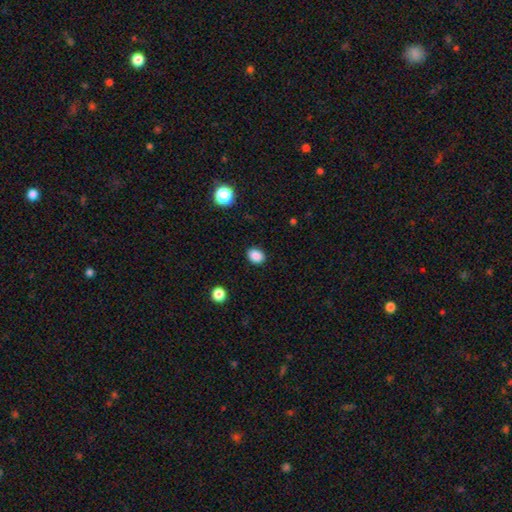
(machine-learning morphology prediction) Overall: smooth (87%). How rounded: in between (58%; round 41%). Merging: none (88%).